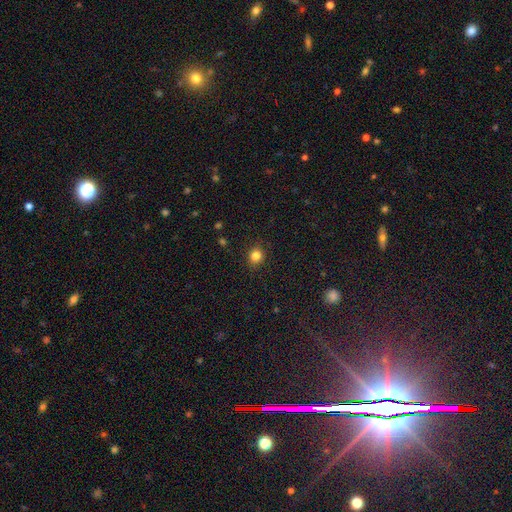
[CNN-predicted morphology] Smooth or featured: smooth — 83% (star or artifact — 12%)
How rounded: round — 80% (in between — 19%)
Merging: none — 88% (minor disturbance — 8%)